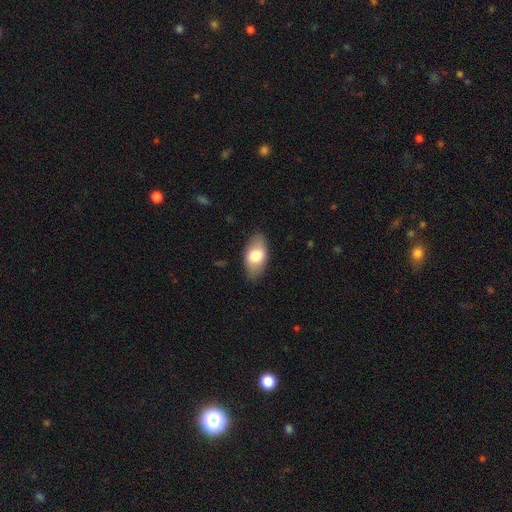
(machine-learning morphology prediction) Q: Smooth or featured?
A: smooth (72%); runner-up: featured or disk (22%)
Q: How rounded?
A: in between (93%); runner-up: round (4%)
Q: Merging?
A: none (85%); runner-up: minor disturbance (11%)